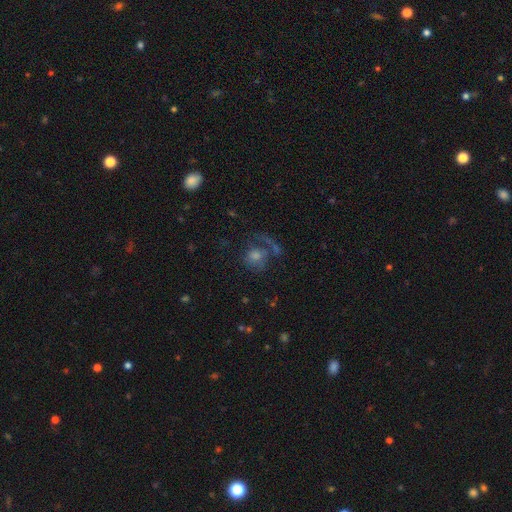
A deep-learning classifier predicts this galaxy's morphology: smooth_or_featured: smooth (p=0.44) [alt: featured or disk p=0.36]
merging: none (p=0.46) [alt: major disturbance p=0.26]